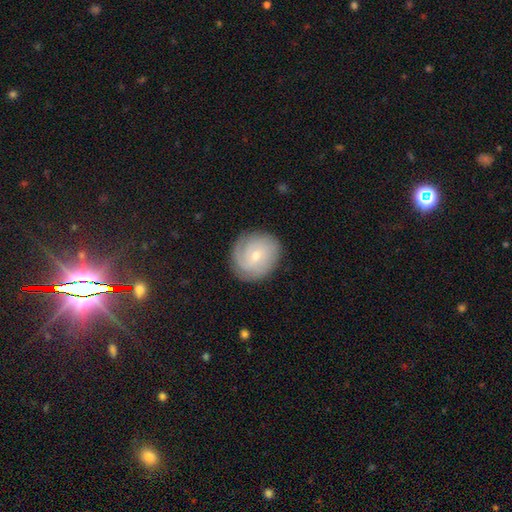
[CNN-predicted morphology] Overall: featured or disk (67%). Edge-on disk: no (97%). Bar: no (65%; weak 31%). Spiral arms: yes (90%). Spiral arm count: can't tell (35%; 3 23%). Spiral winding: tight (66%). Bulge size: small (58%; moderate 39%). Merging: none (83%).